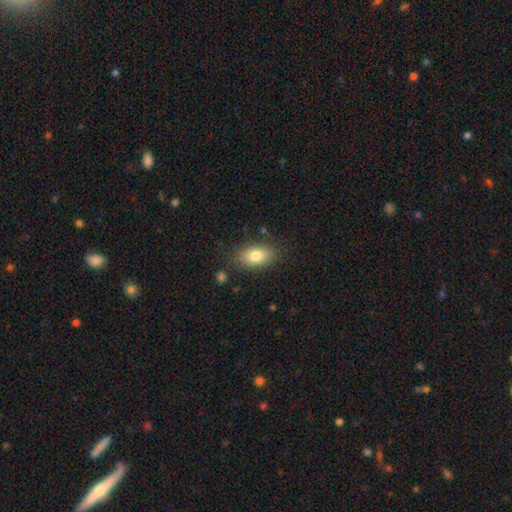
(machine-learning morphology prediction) A smooth galaxy with no disk features (80%) that is in between round and cigar-shaped (90%). Merging: none (82%).